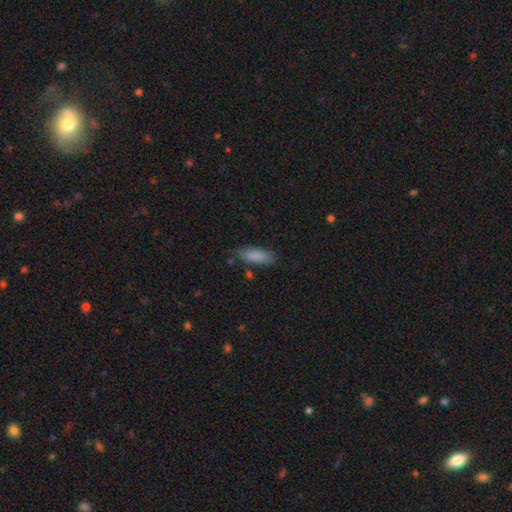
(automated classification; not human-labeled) smooth 86%, featured or disk 7%, star or artifact 7%. Down the decision tree: how rounded — in between (69%); merging — none (78%).